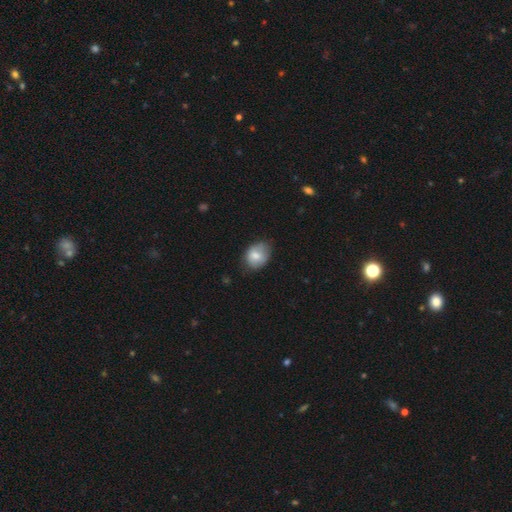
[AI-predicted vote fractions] Morphology: type=smooth (77%); roundness=in between (61%); merging=none (62%).